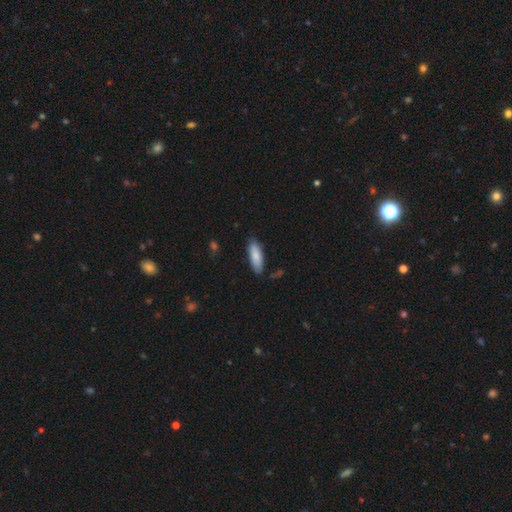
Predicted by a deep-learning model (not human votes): Smooth or featured?
  - smooth: 85% *
  - featured or disk: 10%
  - star or artifact: 5%
How rounded?
  - in between: 60% *
  - cigar-shaped: 39%
  - round: 2%
Merging?
  - none: 81% *
  - minor disturbance: 14%
  - major disturbance: 2%
  - merger: 2%